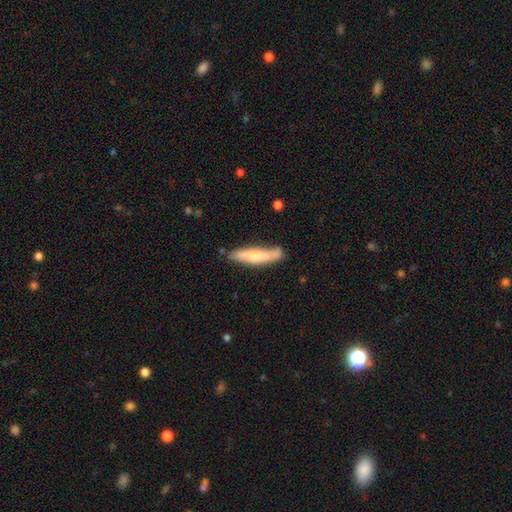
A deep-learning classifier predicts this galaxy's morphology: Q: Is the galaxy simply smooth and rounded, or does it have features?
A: smooth — 67%.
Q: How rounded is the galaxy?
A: cigar-shaped — 82%.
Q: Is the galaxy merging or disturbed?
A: none — 72%.